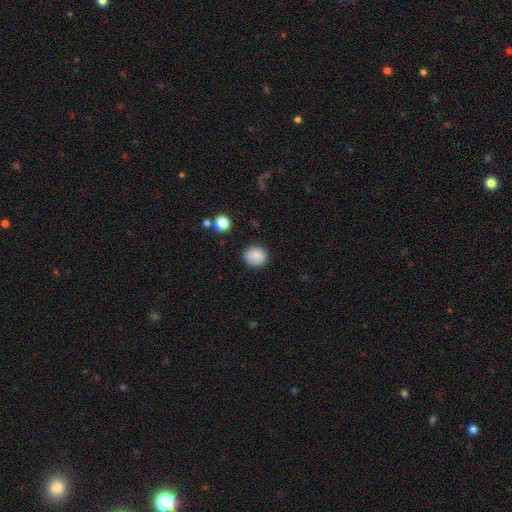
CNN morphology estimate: This appears to be a smooth galaxy with no disk features (86%) that is round (78%). Merging: none (87%).